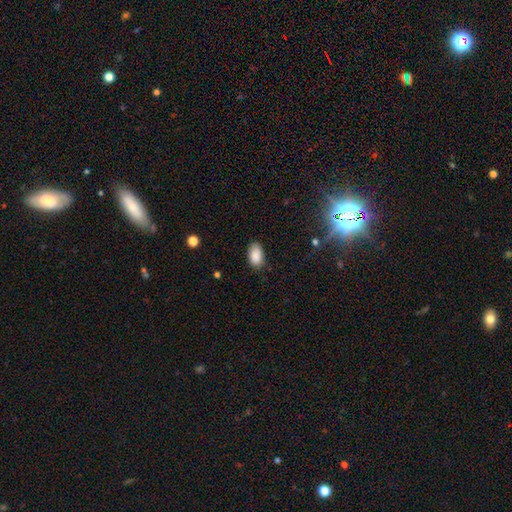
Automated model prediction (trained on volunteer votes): Smooth or featured? Predicted: smooth (p=0.88). How rounded? Predicted: in between (p=0.94). Merging? Predicted: none (p=0.80).